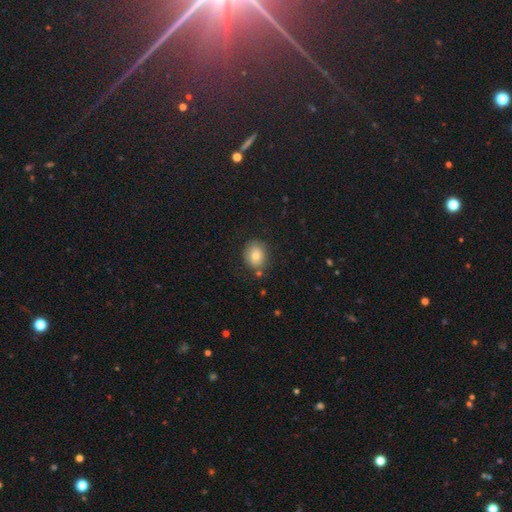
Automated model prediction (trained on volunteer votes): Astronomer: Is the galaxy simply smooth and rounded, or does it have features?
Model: smooth — 81%.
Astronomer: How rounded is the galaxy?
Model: round — 58% (runner-up: in between, 41%).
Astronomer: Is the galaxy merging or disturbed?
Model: none — 76%.